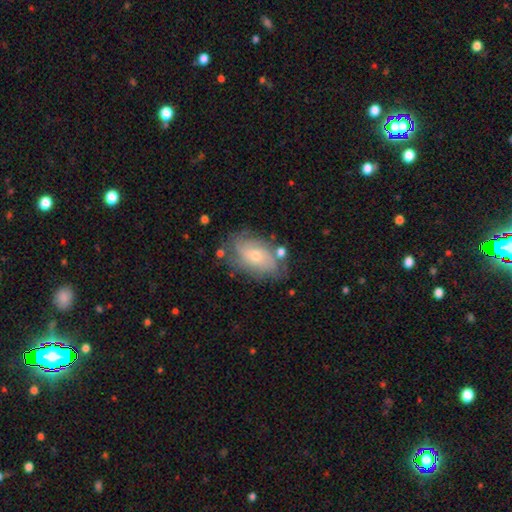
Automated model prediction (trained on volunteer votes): Q: Smooth or featured?
A: featured or disk (62%); runner-up: smooth (31%)
Q: Edge-on disk?
A: no (95%); runner-up: yes (5%)
Q: Bar?
A: no (78%); runner-up: weak (19%)
Q: Spiral arms?
A: yes (81%); runner-up: no (19%)
Q: Bulge size?
A: small (63%); runner-up: moderate (33%)
Q: Merging?
A: none (66%); runner-up: minor disturbance (21%)